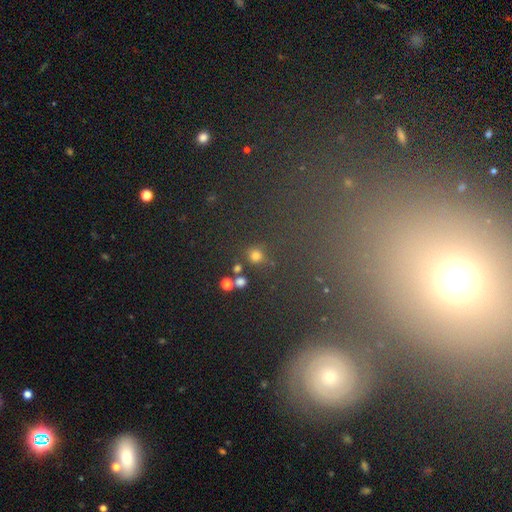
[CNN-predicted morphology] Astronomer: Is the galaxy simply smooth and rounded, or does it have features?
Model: smooth — 70%.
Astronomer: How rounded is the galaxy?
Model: round — 90%.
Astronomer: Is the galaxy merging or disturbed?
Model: none — 74%.